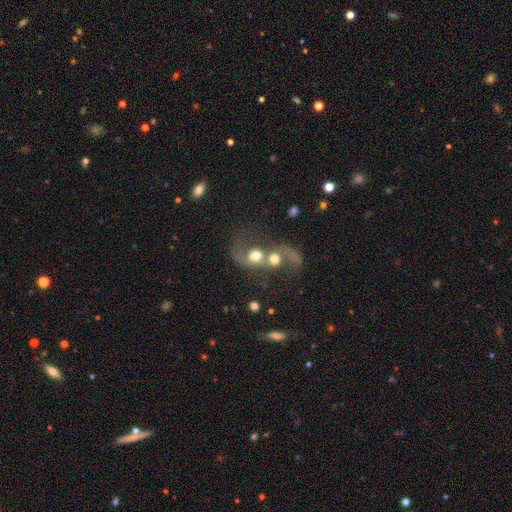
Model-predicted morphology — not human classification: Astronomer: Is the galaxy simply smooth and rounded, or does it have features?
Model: featured or disk — 45% (runner-up: smooth, 43%).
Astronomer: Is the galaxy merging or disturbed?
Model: merger — 74%.